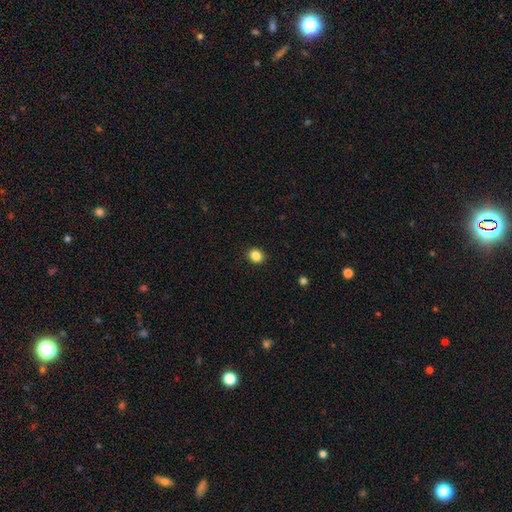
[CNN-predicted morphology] The model was most divided on "how rounded": round: 61%, in between: 38%, cigar-shaped: 1%. More confident: merging — none (91%); smooth or featured — smooth (86%).